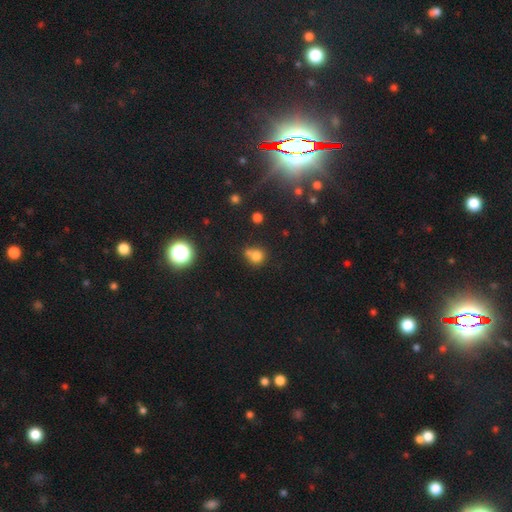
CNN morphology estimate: Smooth or featured? smooth (74%)
How rounded? round (83%)
Merging? none (47%)